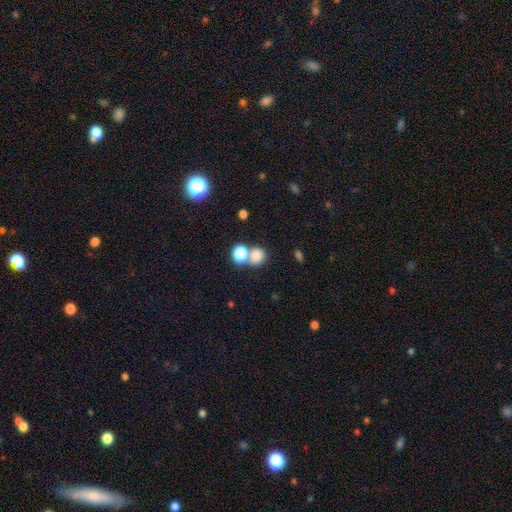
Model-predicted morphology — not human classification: smooth 78%, star or artifact 15%, featured or disk 8%. Down the decision tree: how rounded — round (78%); merging — none (51%).